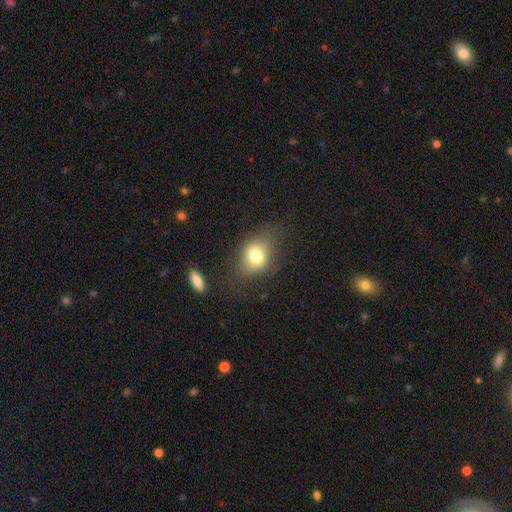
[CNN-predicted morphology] The model was most divided on "how rounded": in between: 60%, round: 38%, cigar-shaped: 2%. More confident: smooth or featured — smooth (74%); merging — none (63%).